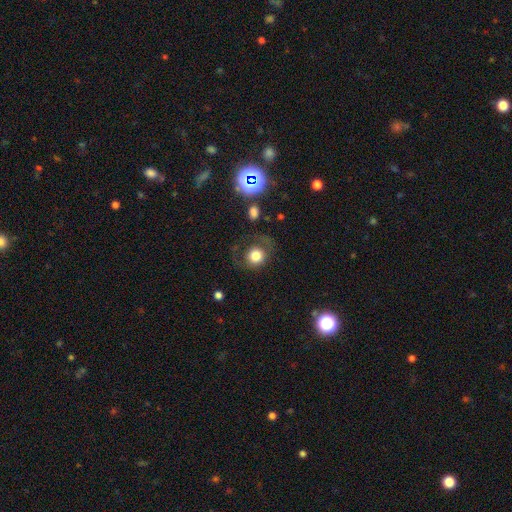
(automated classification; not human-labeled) A smooth galaxy with no disk features (68%) that is round (84%). Merging: none (59%).